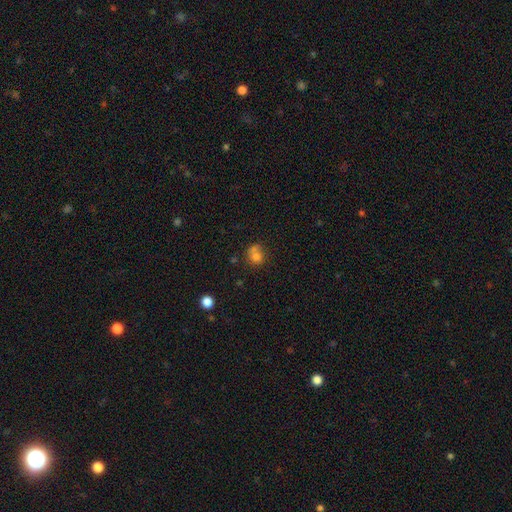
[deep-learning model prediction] smooth 74%, featured or disk 13%, star or artifact 13%. Down the decision tree: how rounded — round (78%); merging — none (42%).